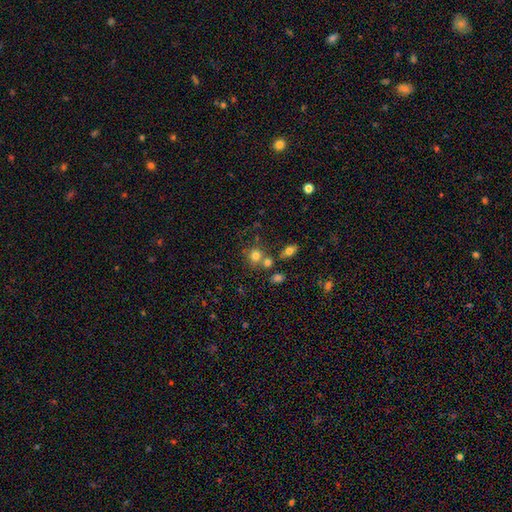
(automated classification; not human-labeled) Q: Smooth or featured?
A: smooth (76%); runner-up: star or artifact (13%)
Q: How rounded?
A: round (81%); runner-up: in between (18%)
Q: Merging?
A: none (59%); runner-up: merger (25%)